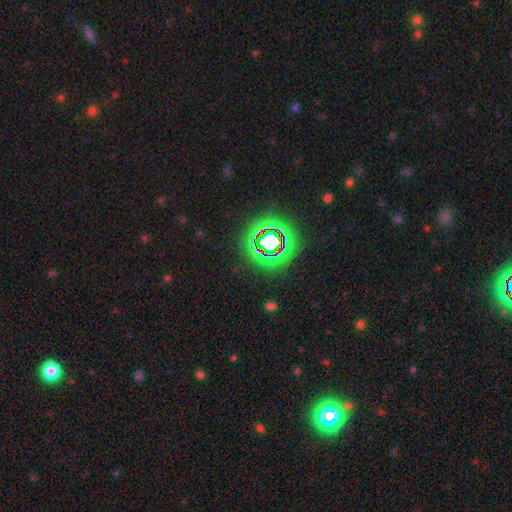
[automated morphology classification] Q: Smooth or featured?
A: star or artifact (75%); runner-up: smooth (15%)